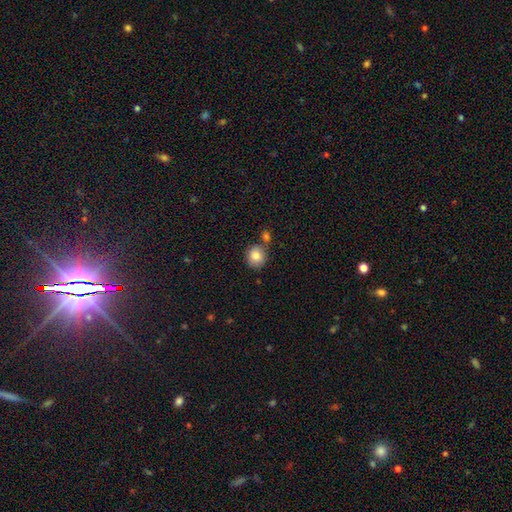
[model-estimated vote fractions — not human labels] The model was most divided on "merging": none: 63%, merger: 19%, minor disturbance: 13%, major disturbance: 4%. More confident: smooth or featured — smooth (85%); how rounded — round (79%).